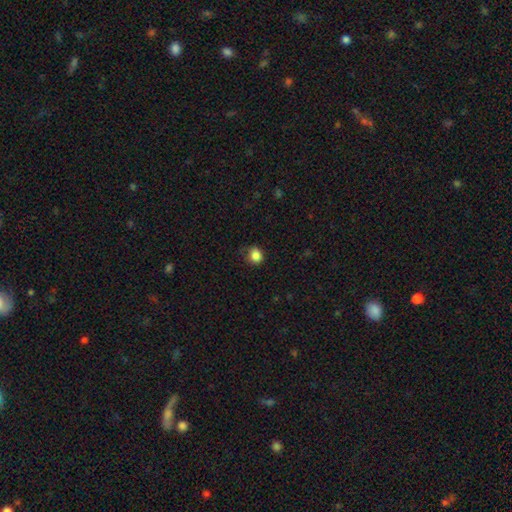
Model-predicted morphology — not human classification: Smooth or featured? smooth (85%)
How rounded? round (78%)
Merging? none (74%)